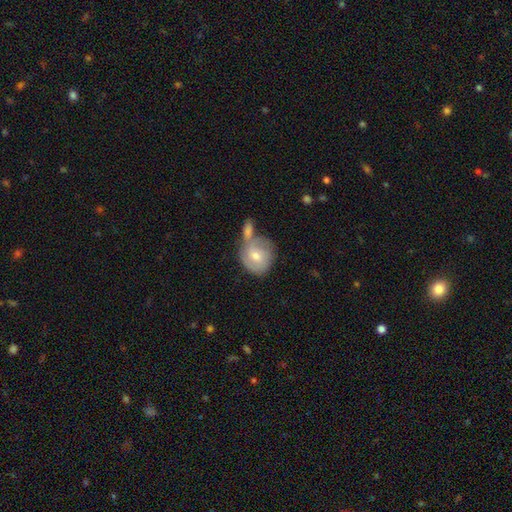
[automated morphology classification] Q: Smooth or featured?
A: smooth (52%); runner-up: featured or disk (40%)
Q: How rounded?
A: round (78%); runner-up: in between (21%)
Q: Merging?
A: merger (41%); runner-up: none (38%)